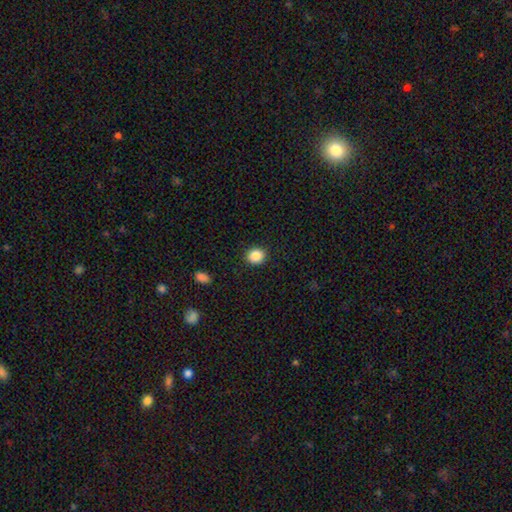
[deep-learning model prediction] A smooth galaxy with no disk features (87%) that is round (80%).

Vote fractions:
- Smooth or featured? smooth: 87% / star or artifact: 10% / featured or disk: 4%
- How rounded? round: 80% / in between: 20% / cigar-shaped: 1%
- Merging? none: 91% / minor disturbance: 6% / major disturbance: 2% / merger: 1%